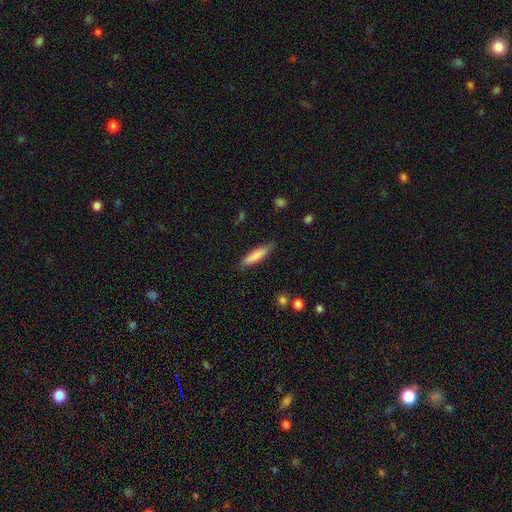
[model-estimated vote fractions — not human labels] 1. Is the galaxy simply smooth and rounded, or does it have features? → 81% smooth, 13% featured or disk, 6% star or artifact.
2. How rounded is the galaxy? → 69% cigar-shaped, 30% in between, 1% round.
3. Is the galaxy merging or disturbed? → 78% none, 18% minor disturbance, 3% major disturbance, 1% merger.